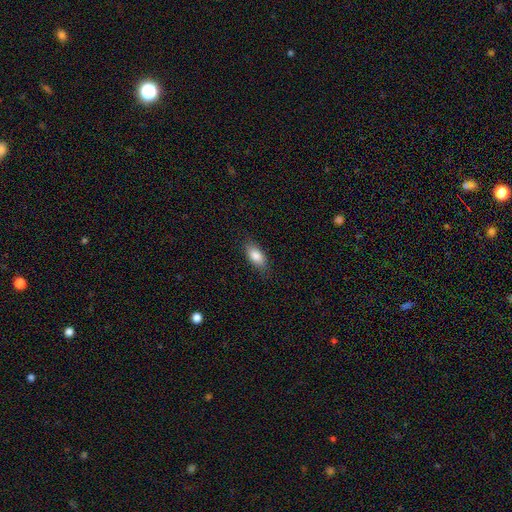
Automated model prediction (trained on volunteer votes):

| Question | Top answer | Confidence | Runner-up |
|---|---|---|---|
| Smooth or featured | smooth | 84% | featured or disk (9%) |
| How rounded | in between | 87% | cigar-shaped (10%) |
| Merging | none | 83% | minor disturbance (13%) |